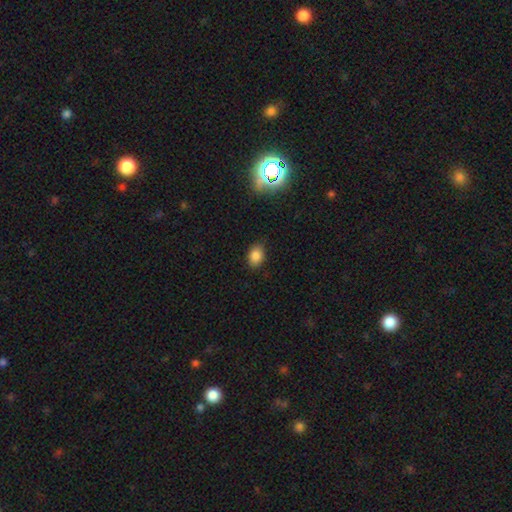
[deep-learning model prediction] Smooth or featured: smooth — 84% (star or artifact — 11%)
How rounded: in between — 75% (round — 24%)
Merging: none — 83% (minor disturbance — 13%)